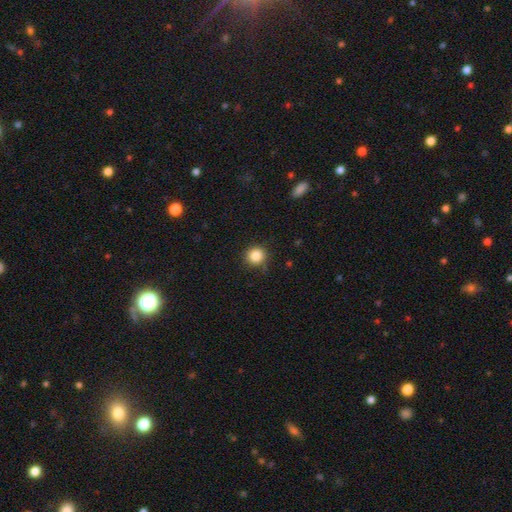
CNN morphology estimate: This is clearly a smooth galaxy (85%). How rounded: clearly round (91%). Merging: clearly none (85%).